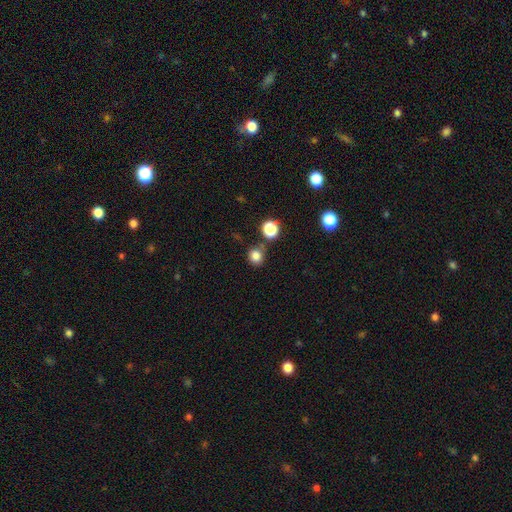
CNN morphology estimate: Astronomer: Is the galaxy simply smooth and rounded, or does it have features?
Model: smooth — 81%.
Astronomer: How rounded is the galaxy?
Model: round — 85%.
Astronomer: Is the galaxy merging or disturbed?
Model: none — 76%.